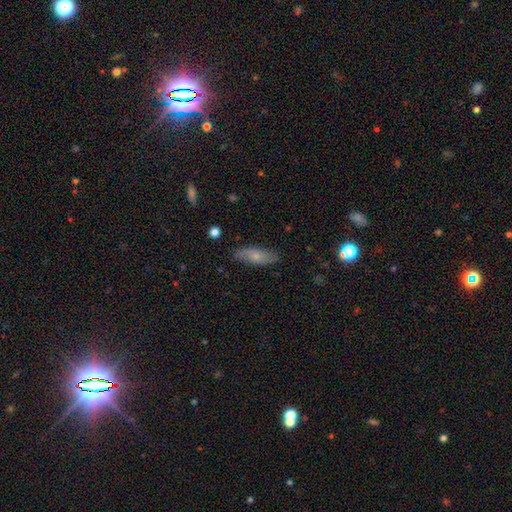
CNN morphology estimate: Overall: smooth (60%; featured or disk 33%). How rounded: in between (65%; cigar-shaped 32%). Merging: none (80%).